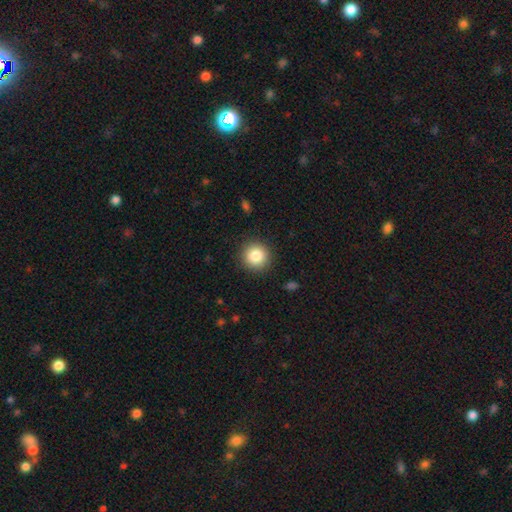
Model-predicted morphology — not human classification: This appears to be a smooth galaxy with no disk features (84%) that is round (94%). Merging: none (91%).